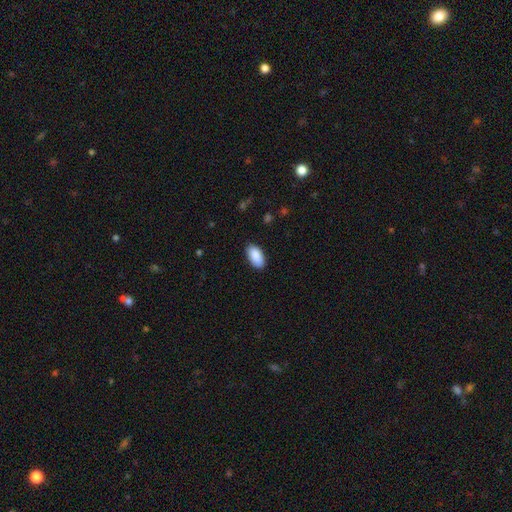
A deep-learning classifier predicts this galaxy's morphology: smooth-or-featured: smooth: 90% | star or artifact: 6% | featured or disk: 4%
  how-rounded: in between: 95% | cigar-shaped: 3% | round: 2%
  merging: none: 87% | minor disturbance: 10% | major disturbance: 2% | merger: 1%